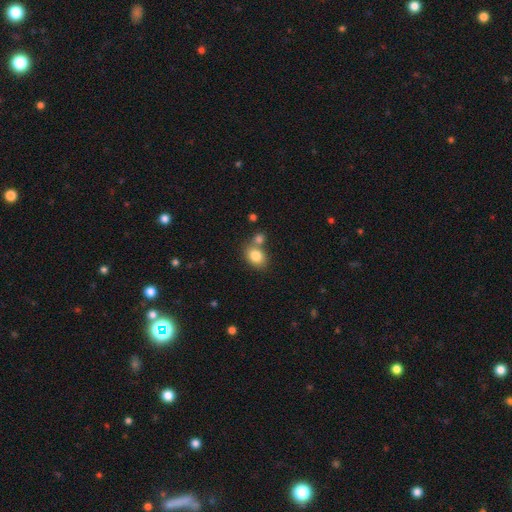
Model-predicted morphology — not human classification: This is clearly a smooth galaxy (82%). How rounded: possibly in between (58%). Merging: possibly none (54%).